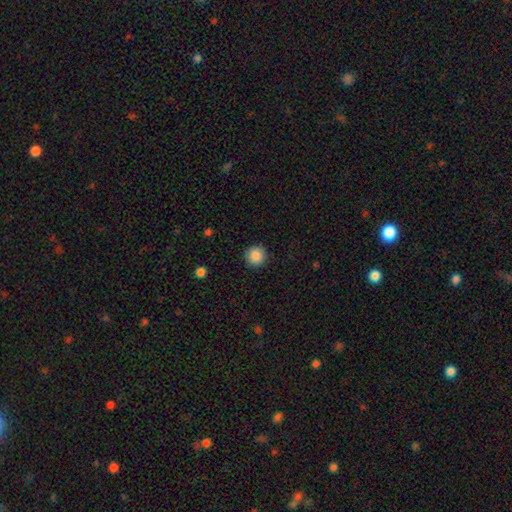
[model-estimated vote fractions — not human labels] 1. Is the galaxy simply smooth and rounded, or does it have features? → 88% smooth, 9% star or artifact, 3% featured or disk.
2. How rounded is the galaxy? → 95% round, 4% in between, 1% cigar-shaped.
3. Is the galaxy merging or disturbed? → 91% none, 6% minor disturbance, 2% major disturbance, 1% merger.